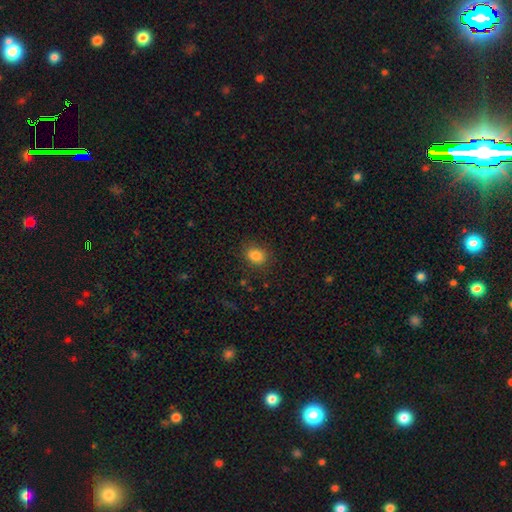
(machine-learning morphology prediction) This appears to be a smooth galaxy with no disk features (85%) that is in between round and cigar-shaped (59%). Merging: none (84%).